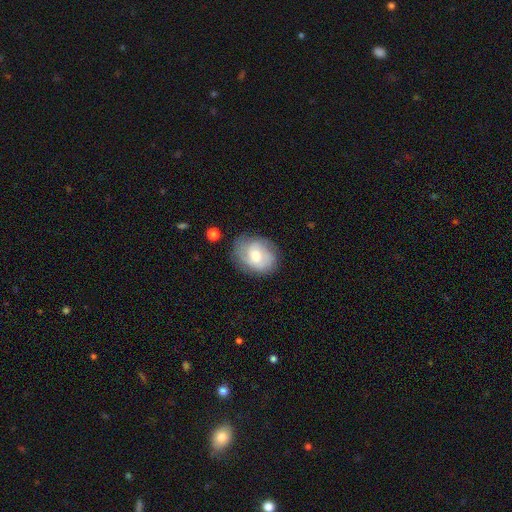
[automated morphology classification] Overall: smooth (46%; featured or disk 45%). Merging: none (70%).